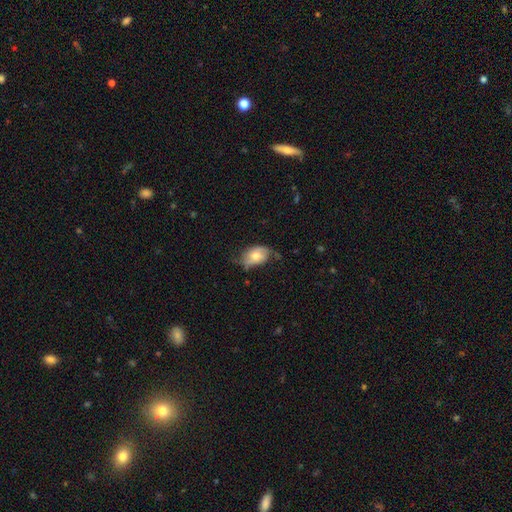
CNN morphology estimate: The model was most divided on "smooth or featured": smooth: 50%, featured or disk: 42%, star or artifact: 7%. Remaining: how rounded — in between (85%); merging — none (49%).